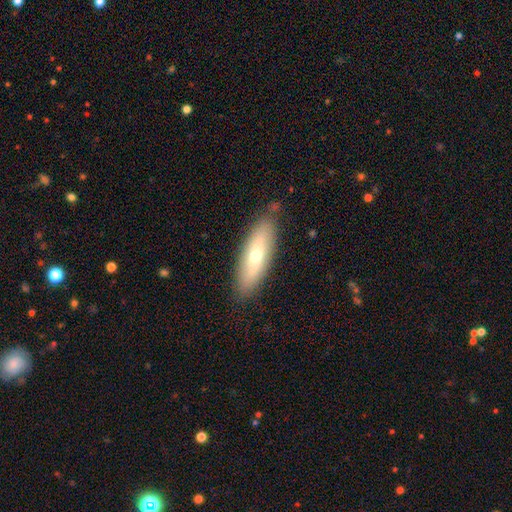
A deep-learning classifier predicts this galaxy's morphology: type=smooth (60%); roundness=in between (54%); merging=none (84%).